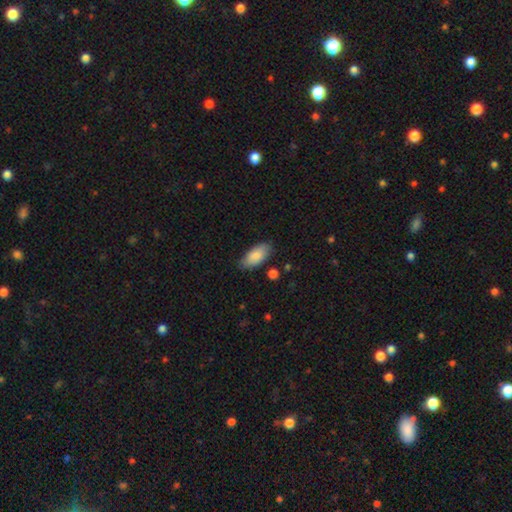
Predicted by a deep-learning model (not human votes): A smooth galaxy with no disk features (84%) that is in between round and cigar-shaped (92%). Merging: none (79%).